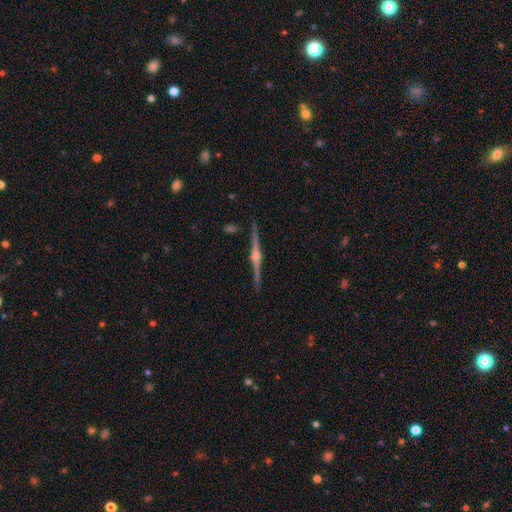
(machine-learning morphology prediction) smooth-or-featured: featured or disk: 89% | smooth: 6% | star or artifact: 5%
  disk-edge-on: yes: 99% | no: 1%
    edge-on-bulge: rounded: 92% | boxy: 5% | none: 3%
  merging: none: 91% | minor disturbance: 6% | major disturbance: 1% | merger: 1%